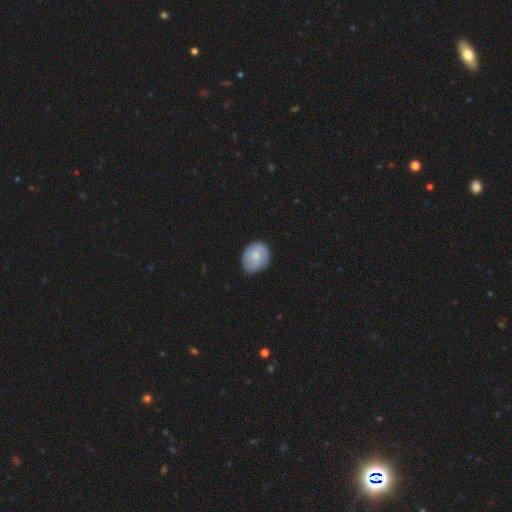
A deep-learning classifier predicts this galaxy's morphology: The model was most divided on "how rounded": in between: 55%, round: 44%, cigar-shaped: 1%. More confident: merging — none (70%); smooth or featured — smooth (65%).